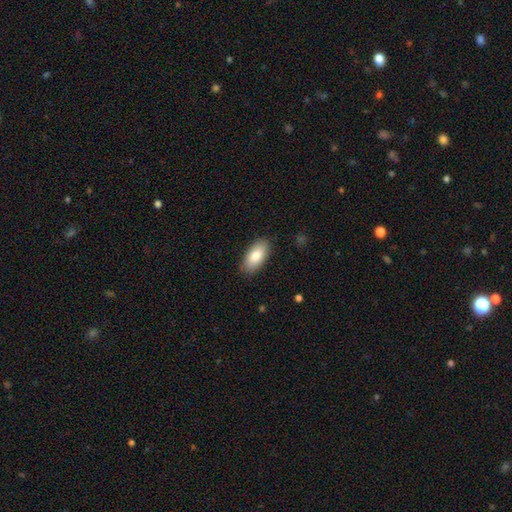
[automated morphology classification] Overall: smooth (83%). How rounded: in between (91%). Merging: none (87%).